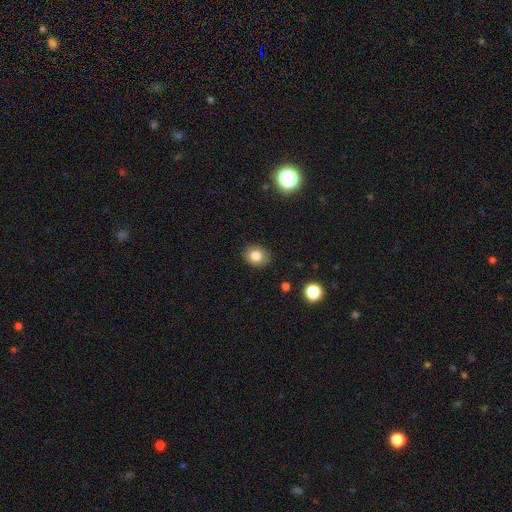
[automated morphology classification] Smooth or featured: smooth — 80% (star or artifact — 10%)
How rounded: round — 57% (in between — 42%)
Merging: none — 87% (minor disturbance — 9%)